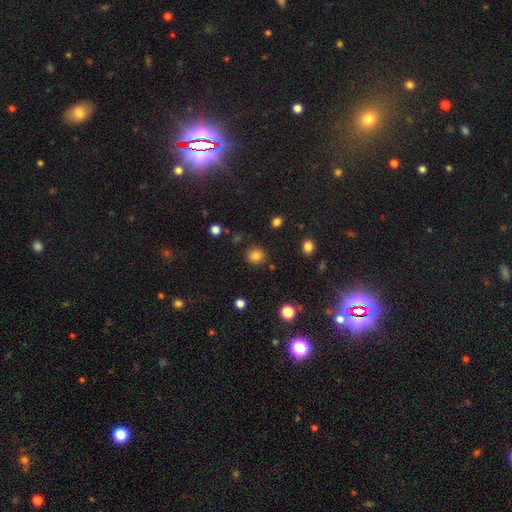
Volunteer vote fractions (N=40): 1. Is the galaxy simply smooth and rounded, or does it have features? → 92% smooth, 5% star or artifact, 2% featured or disk.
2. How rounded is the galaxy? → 86% round, 14% in between, 0% cigar-shaped.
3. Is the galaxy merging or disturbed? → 89% none, 8% minor disturbance, 3% merger, 0% major disturbance.